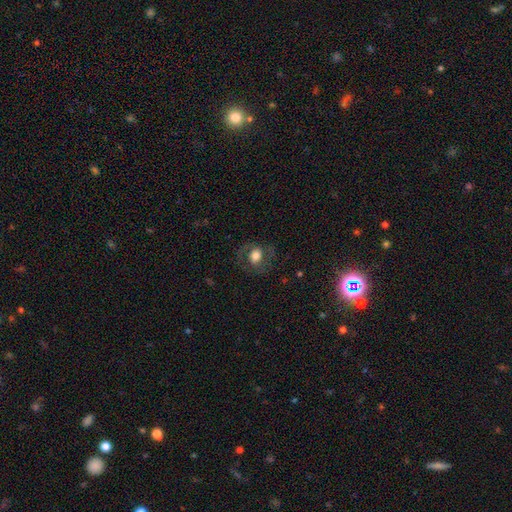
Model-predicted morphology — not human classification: The model was most divided on "how rounded": in between: 52%, round: 47%, cigar-shaped: 1%. More confident: merging — none (71%); smooth or featured — smooth (57%).